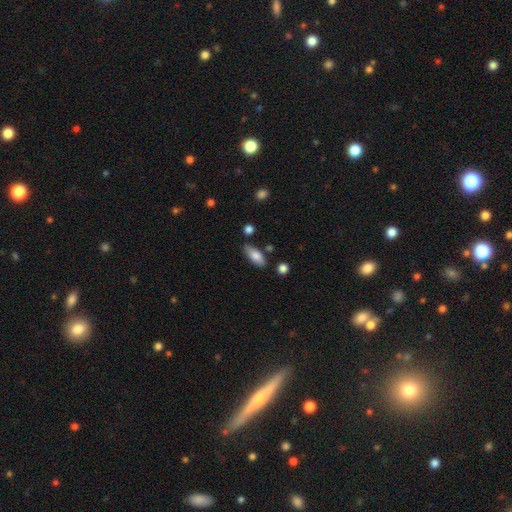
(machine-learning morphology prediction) Smooth or featured? Predicted: smooth (p=0.78). How rounded? Predicted: in between (p=0.79). Merging? Predicted: none (p=0.78).